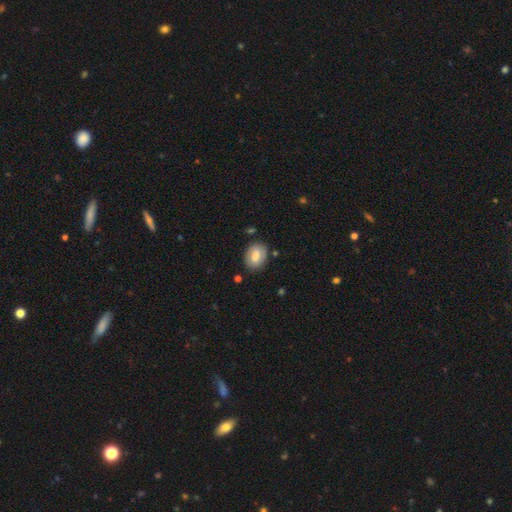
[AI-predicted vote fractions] A smooth galaxy with no disk features (72%) that is in between round and cigar-shaped (76%).

Vote fractions:
- Smooth or featured? smooth: 72% / featured or disk: 21% / star or artifact: 7%
- How rounded? in between: 76% / round: 23% / cigar-shaped: 1%
- Merging? none: 82% / minor disturbance: 12% / major disturbance: 3% / merger: 2%